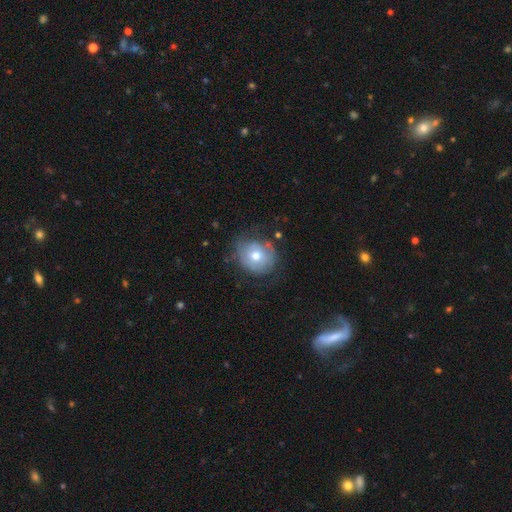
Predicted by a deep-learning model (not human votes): smooth-or-featured: smooth: 54% | featured or disk: 38% | star or artifact: 8%
  how-rounded: round: 78% | in between: 22% | cigar-shaped: 1%
  merging: none: 60% | minor disturbance: 25% | major disturbance: 12% | merger: 2%